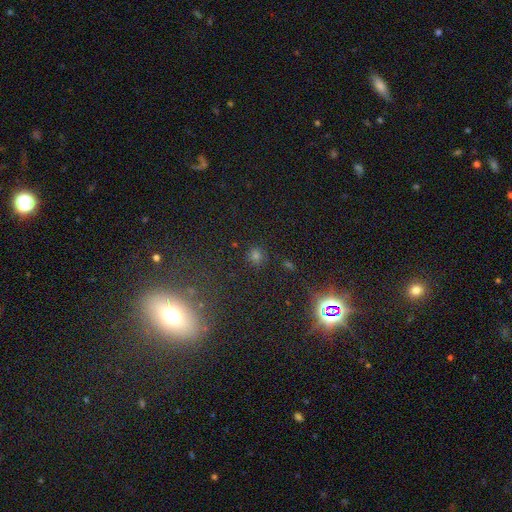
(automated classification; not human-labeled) This is possibly a smooth galaxy (53%). How rounded: clearly round (84%). Merging: clearly none (87%).